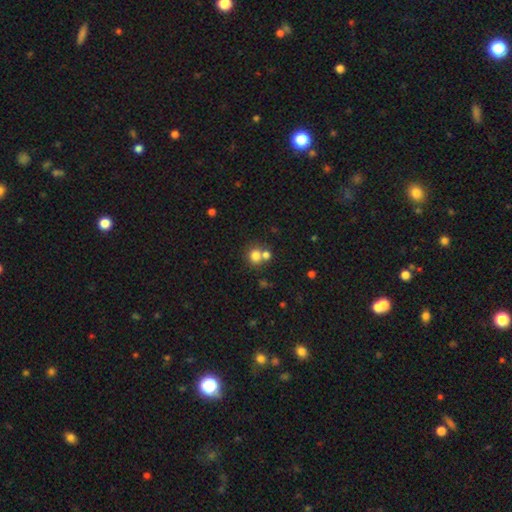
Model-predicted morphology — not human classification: Smooth or featured: smooth — 77% (star or artifact — 13%)
How rounded: round — 80% (in between — 19%)
Merging: none — 50% (merger — 39%)